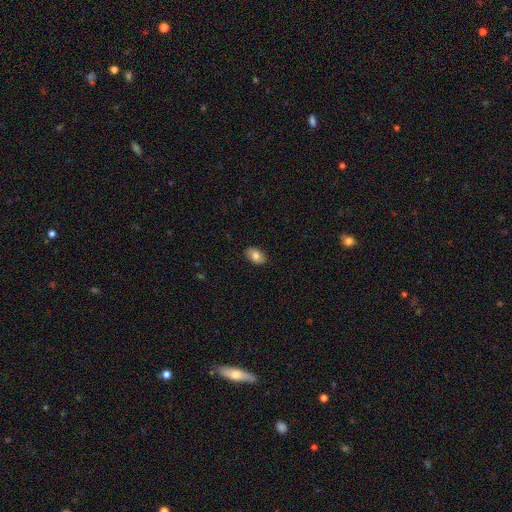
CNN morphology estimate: smooth_or_featured: smooth (p=0.81) [alt: featured or disk p=0.12]
how_rounded: in between (p=0.91) [alt: round p=0.08]
merging: none (p=0.88) [alt: minor disturbance p=0.10]